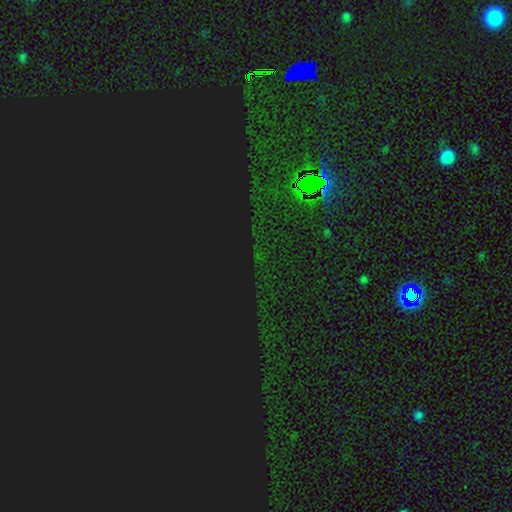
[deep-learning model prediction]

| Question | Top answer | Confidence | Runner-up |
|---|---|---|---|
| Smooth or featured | star or artifact | 84% | smooth (9%) |